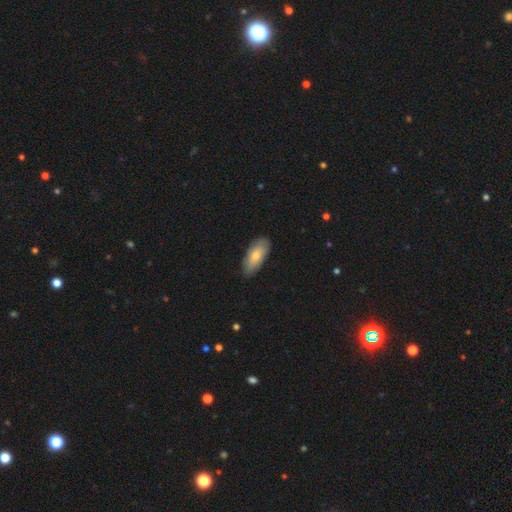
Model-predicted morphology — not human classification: Q: Smooth or featured?
A: smooth (72%); runner-up: featured or disk (22%)
Q: How rounded?
A: in between (86%); runner-up: cigar-shaped (11%)
Q: Merging?
A: none (81%); runner-up: minor disturbance (16%)